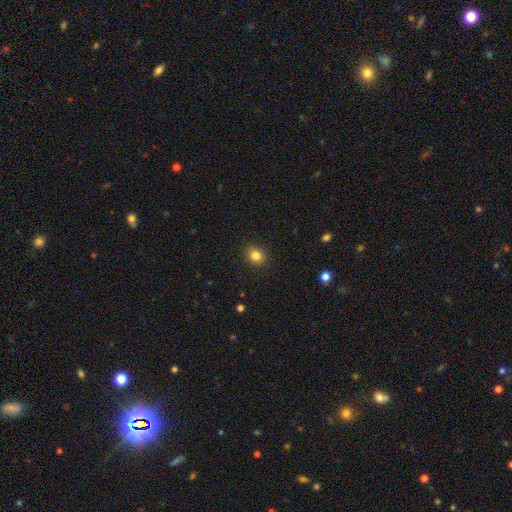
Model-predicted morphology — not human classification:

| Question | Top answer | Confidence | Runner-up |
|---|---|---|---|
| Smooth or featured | smooth | 84% | star or artifact (11%) |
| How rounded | round | 69% | in between (31%) |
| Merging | none | 91% | minor disturbance (6%) |